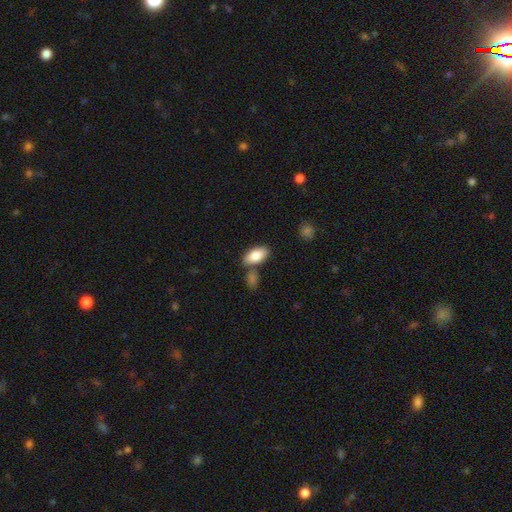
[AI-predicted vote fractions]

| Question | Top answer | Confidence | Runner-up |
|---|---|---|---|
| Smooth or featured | smooth | 83% | featured or disk (10%) |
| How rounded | in between | 92% | cigar-shaped (5%) |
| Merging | none | 71% | merger (14%) |